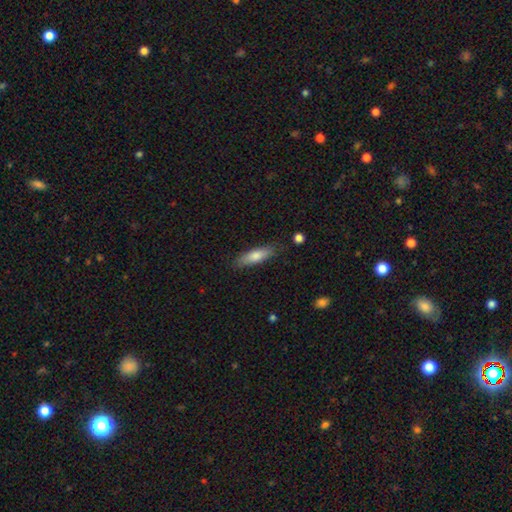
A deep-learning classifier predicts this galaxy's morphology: type=smooth (73%); roundness=cigar-shaped (61%); merging=none (83%).